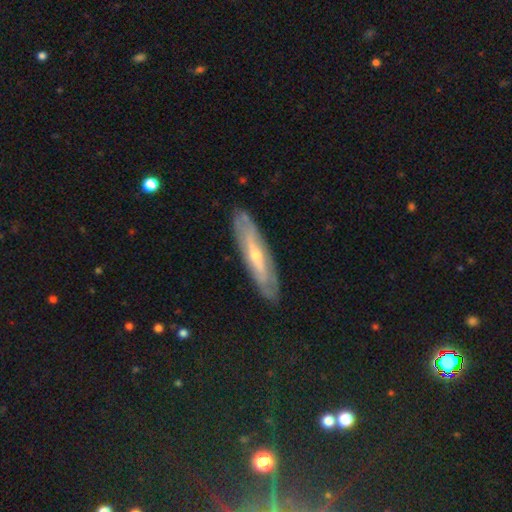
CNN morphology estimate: smooth_or_featured: featured or disk (p=0.67) [alt: smooth p=0.28]
disk_edge_on: no (p=0.53) [alt: yes p=0.47]
merging: none (p=0.83) [alt: minor disturbance p=0.13]